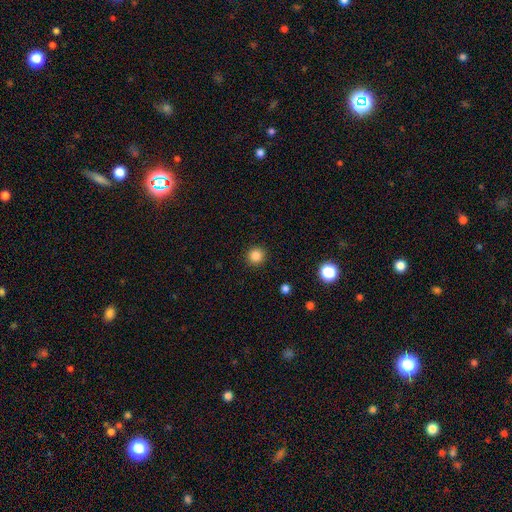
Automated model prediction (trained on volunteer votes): Smooth or featured? Predicted: smooth (p=0.85). How rounded? Predicted: round (p=0.94). Merging? Predicted: none (p=0.92).